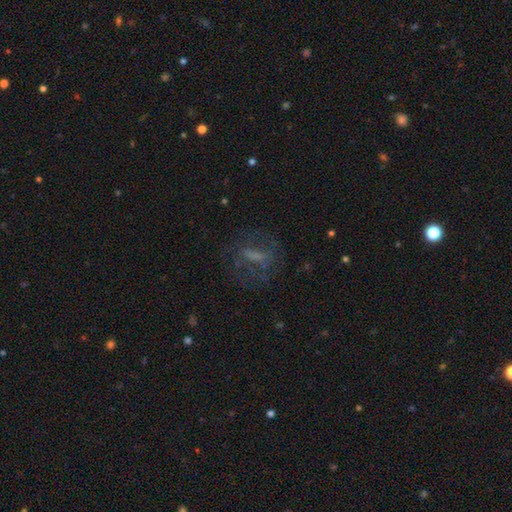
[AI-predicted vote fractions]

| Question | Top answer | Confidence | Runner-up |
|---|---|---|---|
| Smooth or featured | featured or disk | 45% | smooth (36%) |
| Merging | none | 63% | major disturbance (20%) |